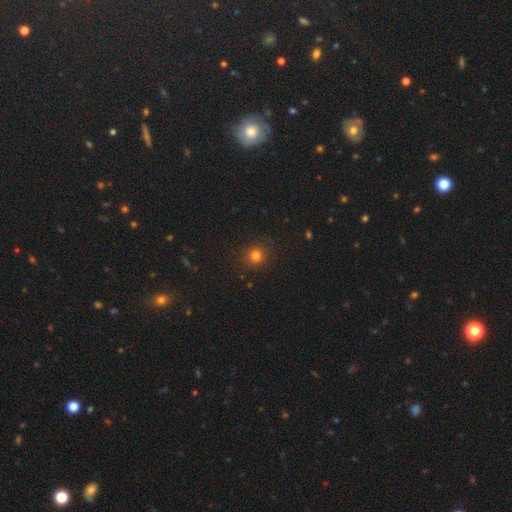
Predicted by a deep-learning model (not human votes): Smooth or featured? Predicted: smooth (p=0.78). How rounded? Predicted: round (p=0.90). Merging? Predicted: none (p=0.88).